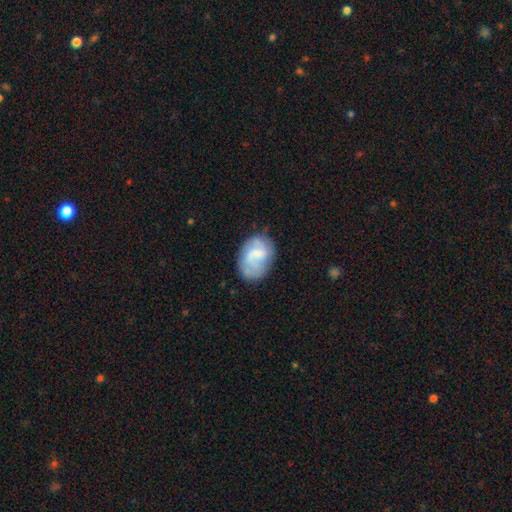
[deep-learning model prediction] Smooth or featured? Predicted: smooth (p=0.51). How rounded? Predicted: in between (p=0.77). Merging? Predicted: none (p=0.61).